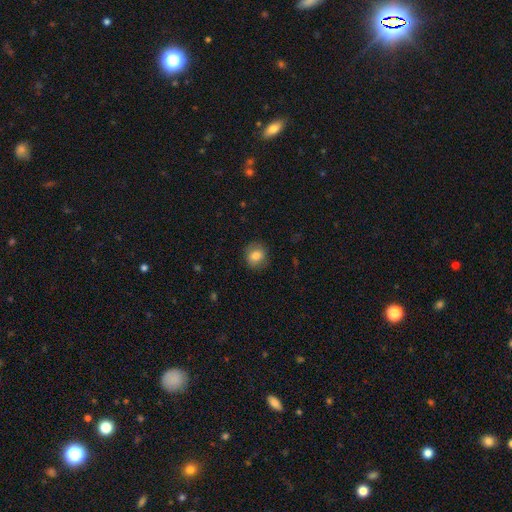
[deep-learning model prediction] smooth-or-featured: smooth: 81% | featured or disk: 10% | star or artifact: 9%
  how-rounded: round: 79% | in between: 20% | cigar-shaped: 1%
  merging: none: 86% | minor disturbance: 10% | major disturbance: 3% | merger: 1%